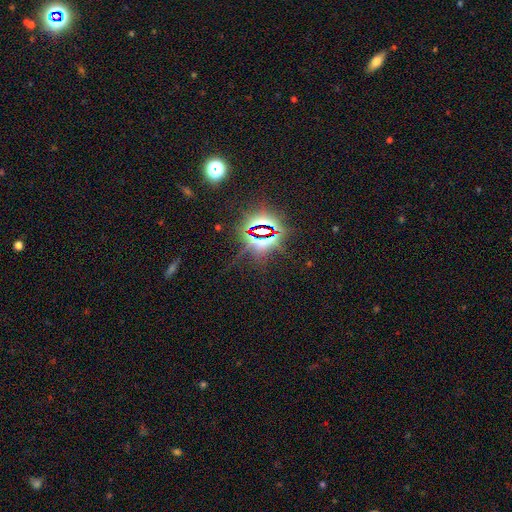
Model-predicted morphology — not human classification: A star or artifact, not a galaxy (81%).

Vote fractions:
- Smooth or featured? star or artifact: 81% / smooth: 11% / featured or disk: 8%